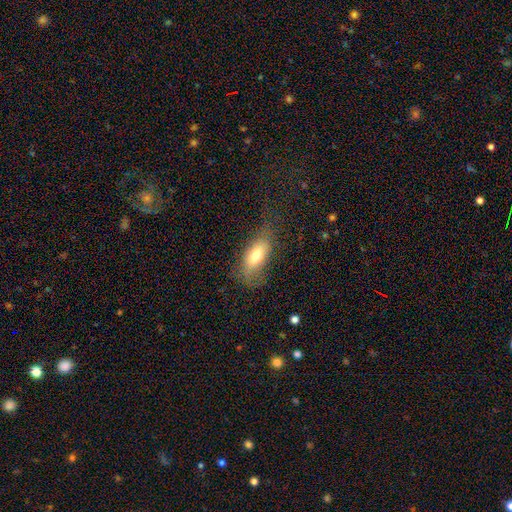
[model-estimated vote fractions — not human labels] smooth_or_featured: smooth (p=0.69) [alt: featured or disk p=0.22]
how_rounded: in between (p=0.82) [alt: cigar-shaped p=0.14]
merging: none (p=0.50) [alt: minor disturbance p=0.27]